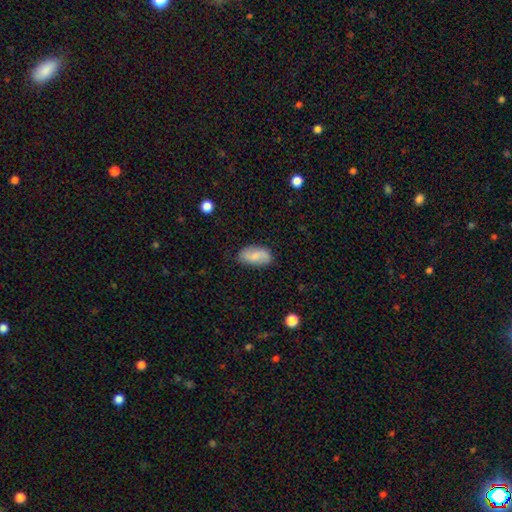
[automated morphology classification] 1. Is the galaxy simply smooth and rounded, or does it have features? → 60% smooth, 33% featured or disk, 7% star or artifact.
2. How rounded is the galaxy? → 92% in between, 5% round, 3% cigar-shaped.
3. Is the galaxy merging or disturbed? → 78% none, 17% minor disturbance, 4% major disturbance, 2% merger.